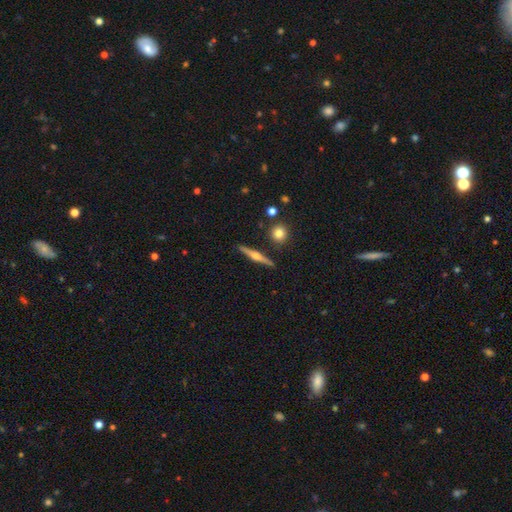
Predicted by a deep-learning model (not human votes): A featured or disk galaxy (70%) viewed edge-on (98%) with a rounded central bulge (89%).

Vote fractions:
- Smooth or featured? featured or disk: 70% / smooth: 24% / star or artifact: 6%
- Edge-on disk? yes: 98% / no: 2%
- Edge-on bulge? rounded: 89% / boxy: 7% / none: 4%
- Merging? none: 89% / minor disturbance: 7% / merger: 2% / major disturbance: 2%